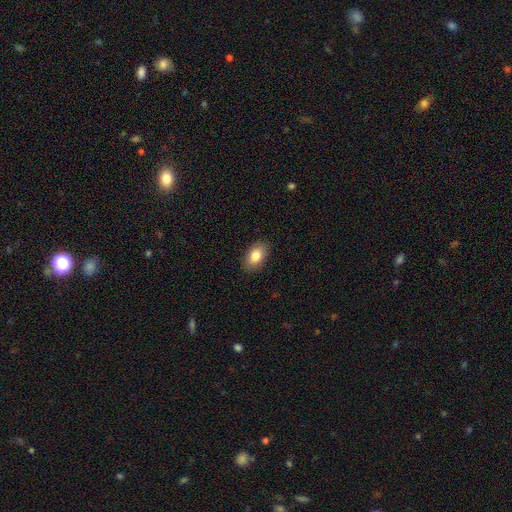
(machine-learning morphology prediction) Smooth or featured? Predicted: smooth (p=0.84). How rounded? Predicted: in between (p=0.91). Merging? Predicted: none (p=0.88).